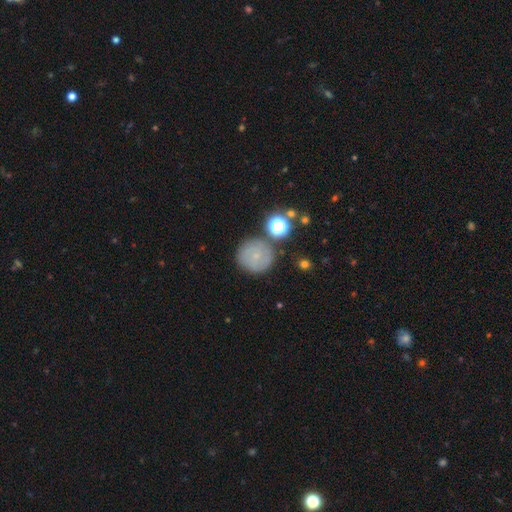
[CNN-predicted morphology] A smooth galaxy with no disk features (57%) that is round (92%).

Vote fractions:
- Smooth or featured? smooth: 57% / featured or disk: 26% / star or artifact: 16%
- How rounded? round: 92% / in between: 7% / cigar-shaped: 1%
- Merging? none: 77% / minor disturbance: 12% / merger: 7% / major disturbance: 4%